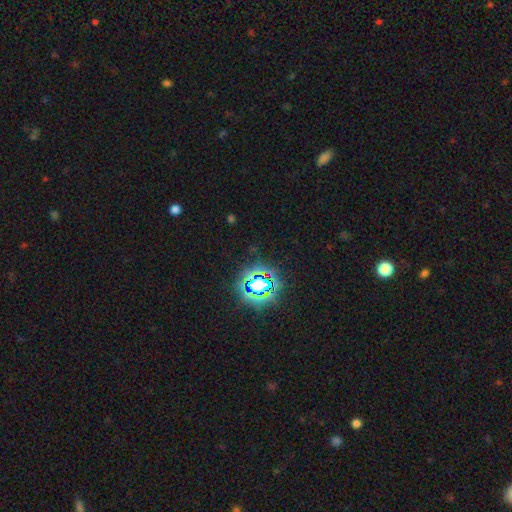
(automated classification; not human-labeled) Morphology: type=star or artifact (77%).